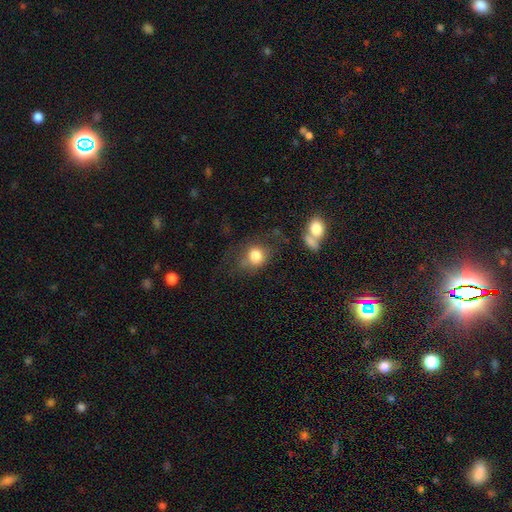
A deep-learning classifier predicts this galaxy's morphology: Smooth or featured: smooth — 81% (featured or disk — 10%)
How rounded: round — 69% (in between — 30%)
Merging: none — 56% (minor disturbance — 22%)